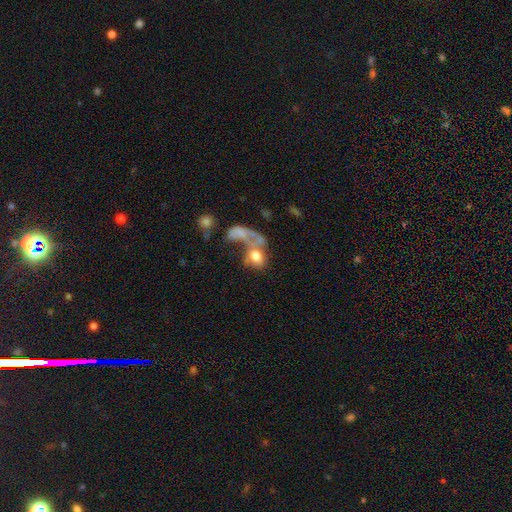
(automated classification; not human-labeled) Smooth or featured?
  - smooth: 57% *
  - featured or disk: 32%
  - star or artifact: 11%
How rounded?
  - in between: 66% *
  - round: 31%
  - cigar-shaped: 3%
Merging?
  - merger: 50% *
  - major disturbance: 29%
  - none: 14%
  - minor disturbance: 7%